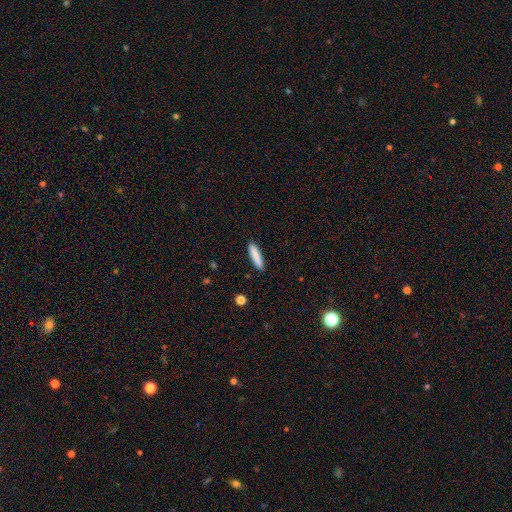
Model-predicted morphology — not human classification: The model was most divided on "how rounded": cigar-shaped: 86%, in between: 13%, round: 1%. More confident: merging — none (90%); smooth or featured — smooth (86%).